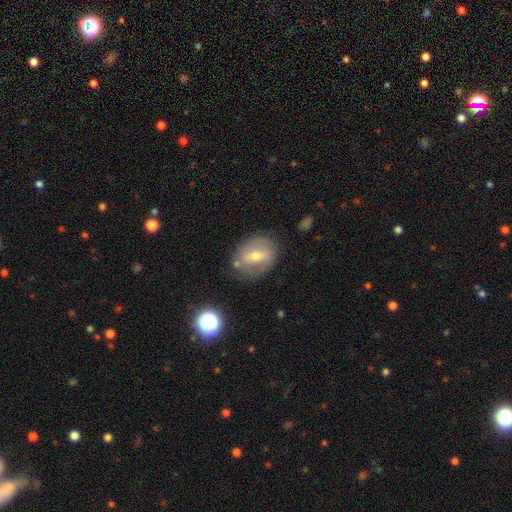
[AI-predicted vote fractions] Overall: featured or disk (50%; smooth 41%). Merging: none (73%).